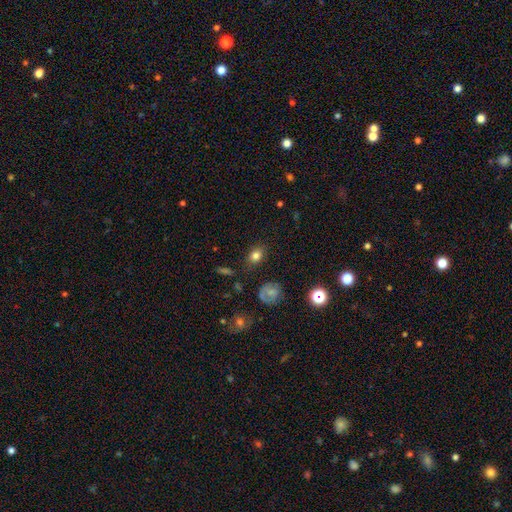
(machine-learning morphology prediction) A smooth galaxy with no disk features (79%) that is in between round and cigar-shaped (66%).

Vote fractions:
- Smooth or featured? smooth: 79% / star or artifact: 12% / featured or disk: 9%
- How rounded? in between: 66% / round: 32% / cigar-shaped: 2%
- Merging? none: 81% / minor disturbance: 14% / major disturbance: 4% / merger: 2%